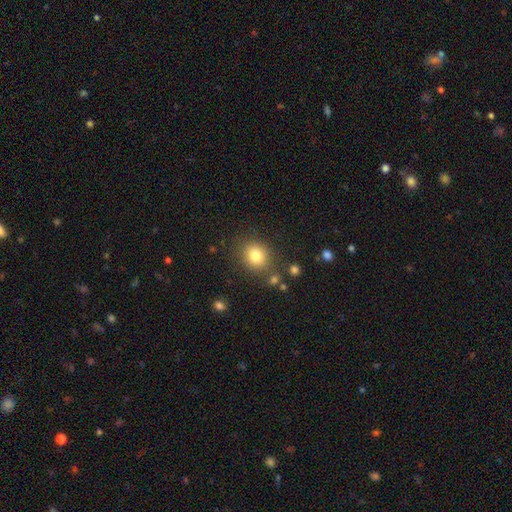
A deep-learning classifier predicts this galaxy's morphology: A smooth galaxy with no disk features (81%) that is round (72%).

Vote fractions:
- Smooth or featured? smooth: 81% / star or artifact: 11% / featured or disk: 8%
- How rounded? round: 72% / in between: 27% / cigar-shaped: 1%
- Merging? none: 80% / minor disturbance: 11% / merger: 5% / major disturbance: 4%